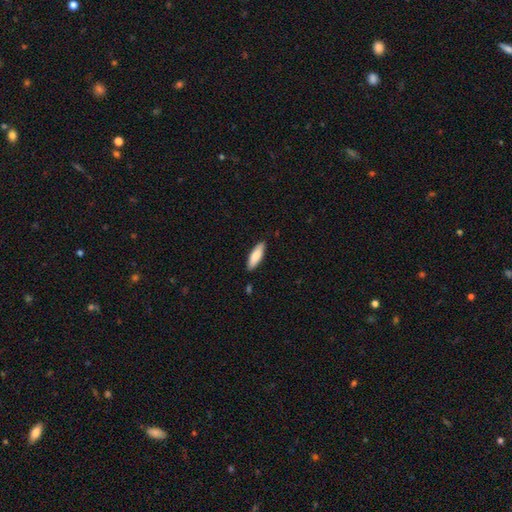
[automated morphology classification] Q: Smooth or featured?
A: smooth (81%); runner-up: featured or disk (14%)
Q: How rounded?
A: in between (52%); runner-up: cigar-shaped (46%)
Q: Merging?
A: none (87%); runner-up: minor disturbance (10%)